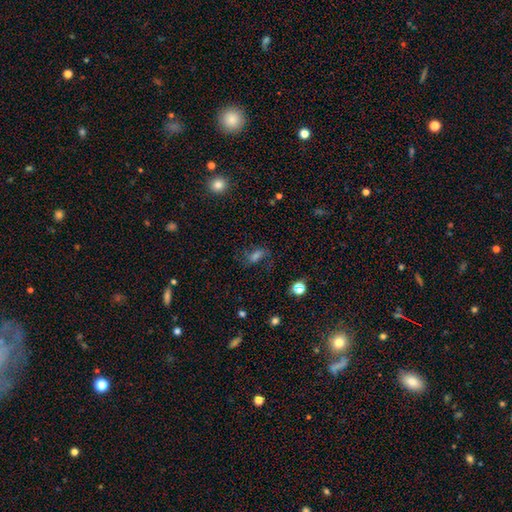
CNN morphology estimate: Smooth or featured?
  - smooth: 39% *
  - featured or disk: 34%
  - star or artifact: 27%
Merging?
  - none: 64% *
  - minor disturbance: 18%
  - major disturbance: 15%
  - merger: 3%